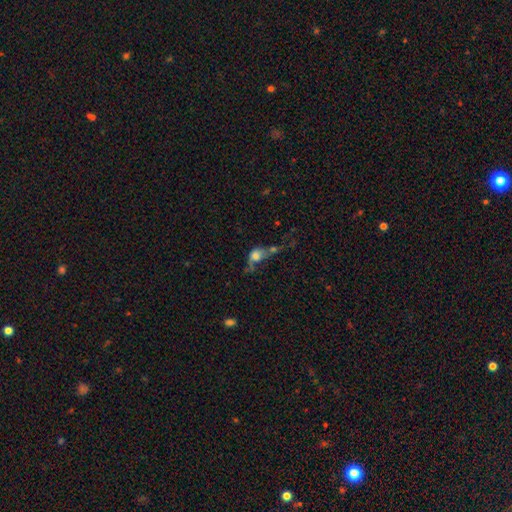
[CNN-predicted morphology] smooth_or_featured: smooth (p=0.60) [alt: featured or disk p=0.26]
how_rounded: in between (p=0.51) [alt: round p=0.44]
merging: merger (p=0.44) [alt: major disturbance p=0.29]